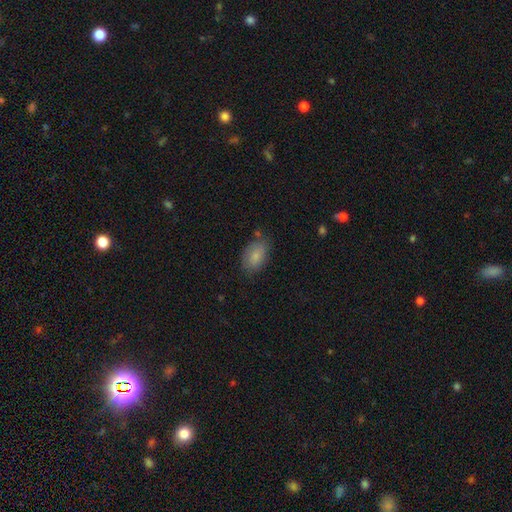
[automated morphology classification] type=smooth (83%); roundness=in between (91%); merging=none (74%).